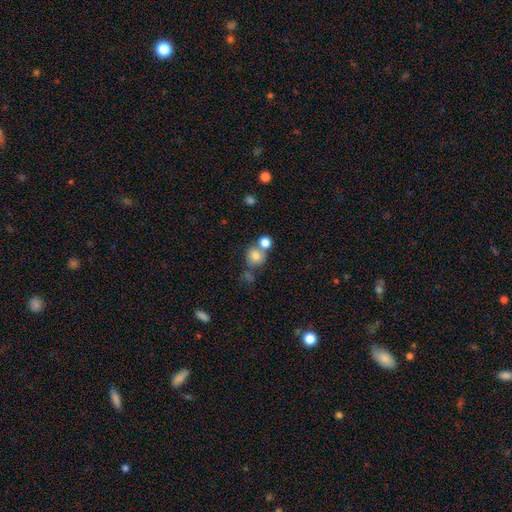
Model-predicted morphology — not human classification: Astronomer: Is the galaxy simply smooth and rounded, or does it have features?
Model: smooth — 76%.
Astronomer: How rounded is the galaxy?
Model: round — 75%.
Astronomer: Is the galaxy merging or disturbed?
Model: none — 44% (runner-up: merger, 40%).